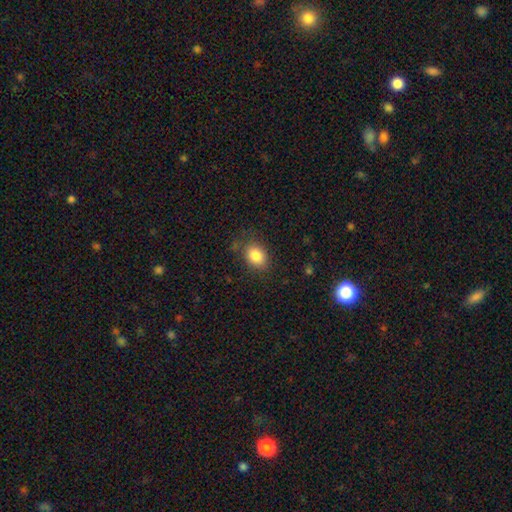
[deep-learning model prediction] The model was most divided on "how rounded": in between: 67%, round: 32%, cigar-shaped: 1%. More confident: smooth or featured — smooth (85%); merging — none (77%).